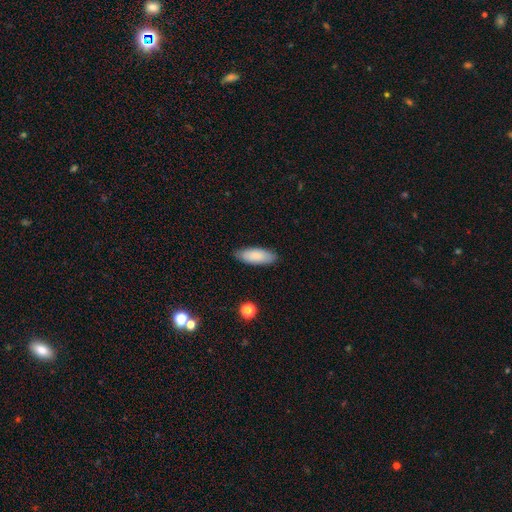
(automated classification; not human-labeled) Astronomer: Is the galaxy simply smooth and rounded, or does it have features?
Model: smooth — 87%.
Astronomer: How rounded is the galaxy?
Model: in between — 75%.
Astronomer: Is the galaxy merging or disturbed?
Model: none — 85%.